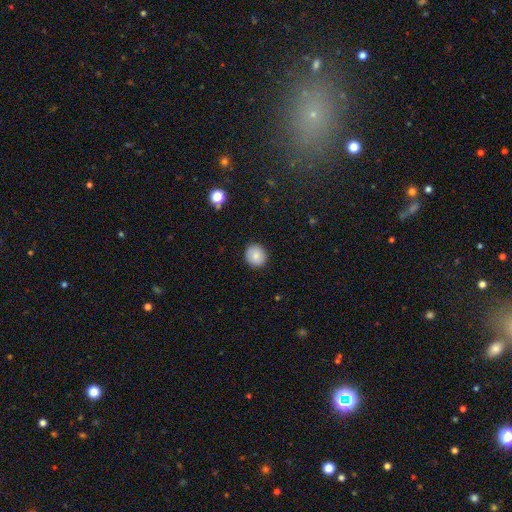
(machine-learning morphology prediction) A smooth galaxy with no disk features (85%) that is round (84%).

Vote fractions:
- Smooth or featured? smooth: 85% / star or artifact: 8% / featured or disk: 7%
- How rounded? round: 84% / in between: 15% / cigar-shaped: 1%
- Merging? none: 90% / minor disturbance: 7% / major disturbance: 2% / merger: 1%